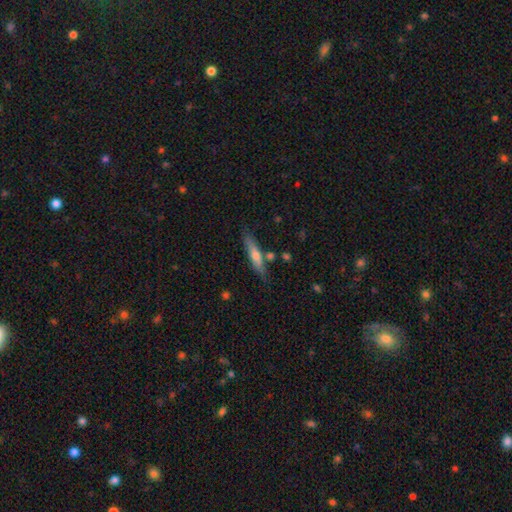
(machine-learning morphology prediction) Smooth or featured? Predicted: smooth (p=0.52). How rounded? Predicted: cigar-shaped (p=0.84). Merging? Predicted: none (p=0.77).